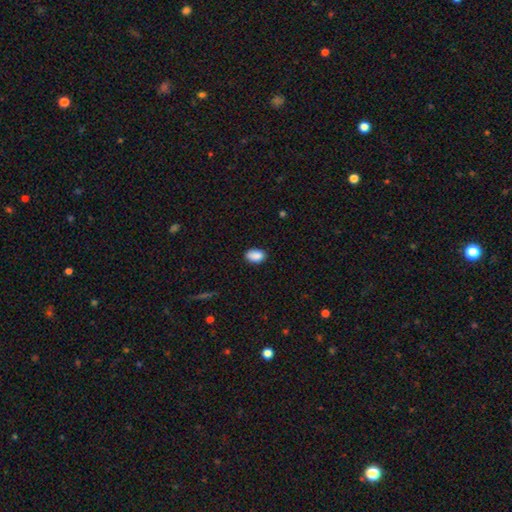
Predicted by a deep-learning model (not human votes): This is clearly a smooth galaxy (89%). How rounded: clearly in between (89%). Merging: clearly none (83%).